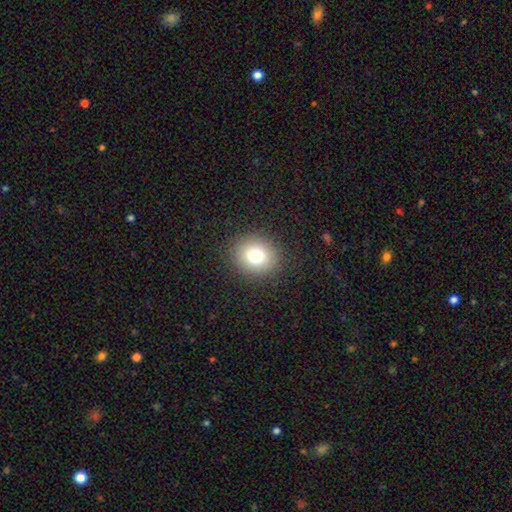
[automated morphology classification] smooth_or_featured: smooth (p=0.78) [alt: star or artifact p=0.13]
how_rounded: round (p=0.79) [alt: in between p=0.20]
merging: none (p=0.90) [alt: minor disturbance p=0.06]